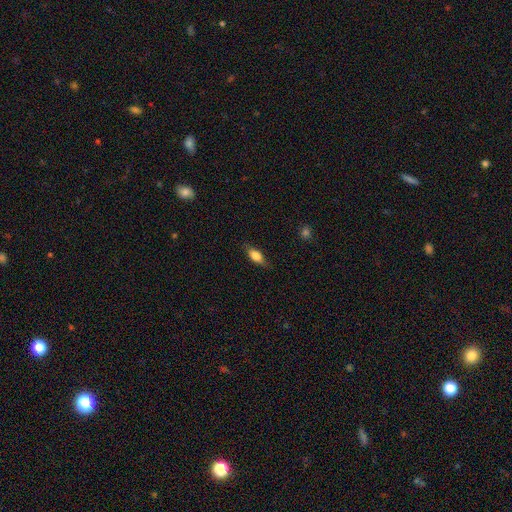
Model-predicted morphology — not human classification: type=smooth (77%); roundness=in between (78%); merging=none (80%).